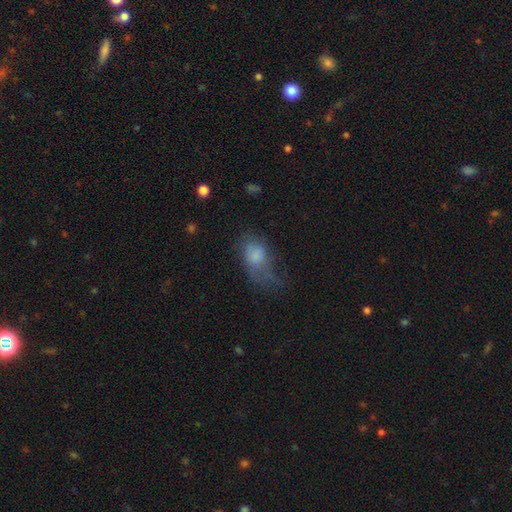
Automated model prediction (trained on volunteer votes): Smooth or featured? Predicted: smooth (p=0.66). How rounded? Predicted: in between (p=0.86). Merging? Predicted: major disturbance (p=0.47).